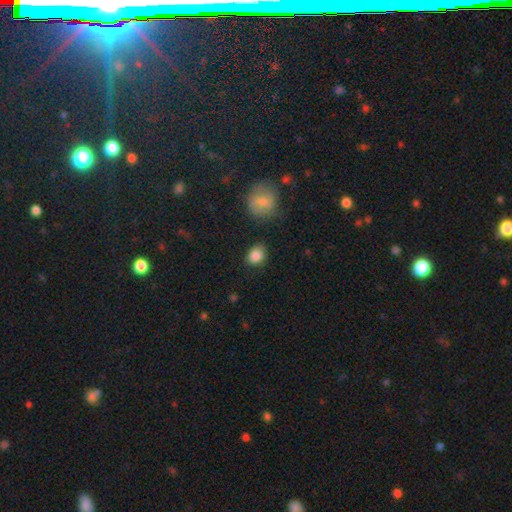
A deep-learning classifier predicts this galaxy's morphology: The model was most divided on "how rounded": round: 51%, in between: 48%, cigar-shaped: 1%. More confident: smooth or featured — smooth (86%); merging — none (80%).